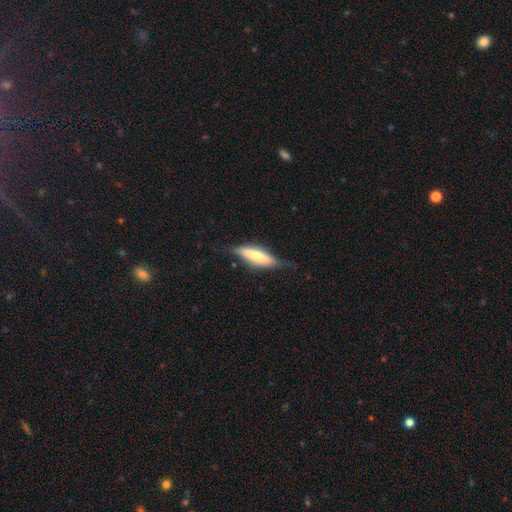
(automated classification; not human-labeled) Smooth or featured?
  - smooth: 48% *
  - featured or disk: 46%
  - star or artifact: 6%
Merging?
  - none: 69% *
  - minor disturbance: 22%
  - major disturbance: 7%
  - merger: 2%